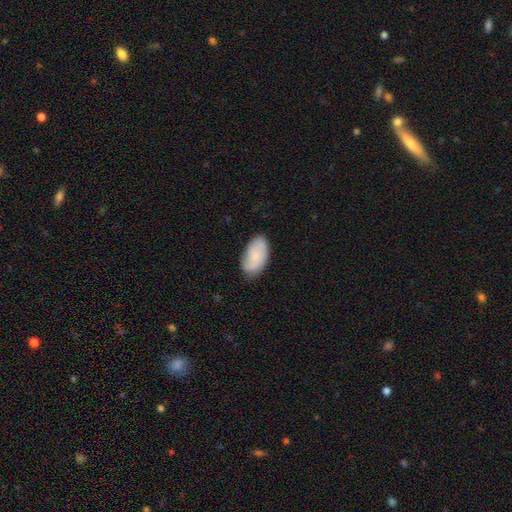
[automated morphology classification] type=smooth (69%); roundness=in between (94%); merging=none (75%).